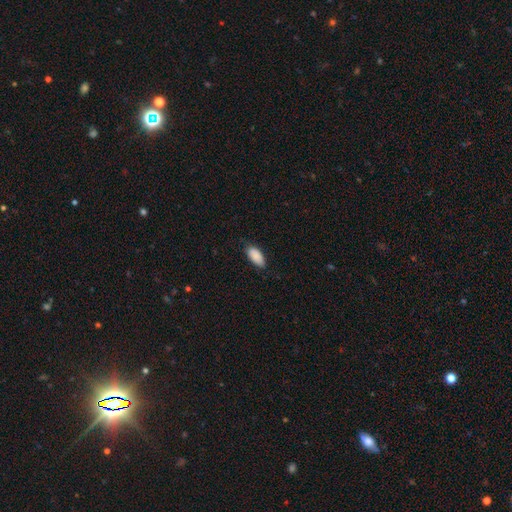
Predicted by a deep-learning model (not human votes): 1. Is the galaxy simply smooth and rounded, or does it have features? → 89% smooth, 6% star or artifact, 5% featured or disk.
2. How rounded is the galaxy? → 90% in between, 8% cigar-shaped, 2% round.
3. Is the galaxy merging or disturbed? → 78% none, 18% minor disturbance, 3% major disturbance, 1% merger.